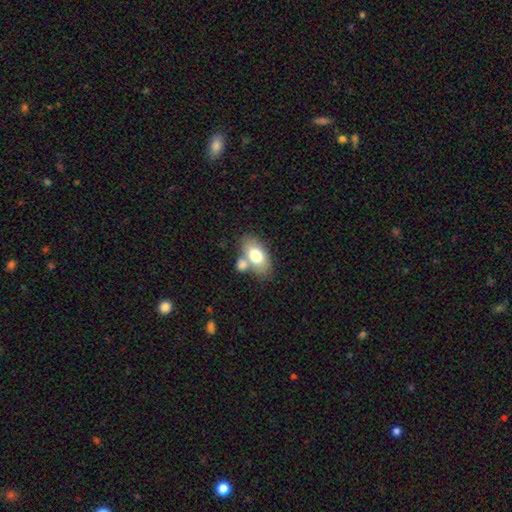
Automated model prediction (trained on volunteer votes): This appears to be a smooth galaxy with no disk features (71%) that is in between round and cigar-shaped (90%). Merging: none (54%).